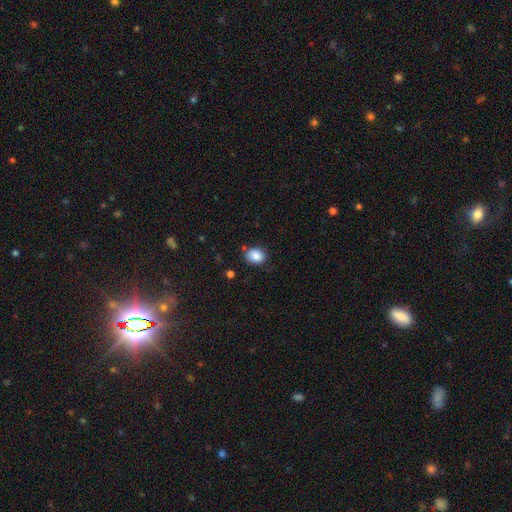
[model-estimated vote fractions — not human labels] Smooth or featured? smooth (86%)
How rounded? round (54%)
Merging? none (74%)